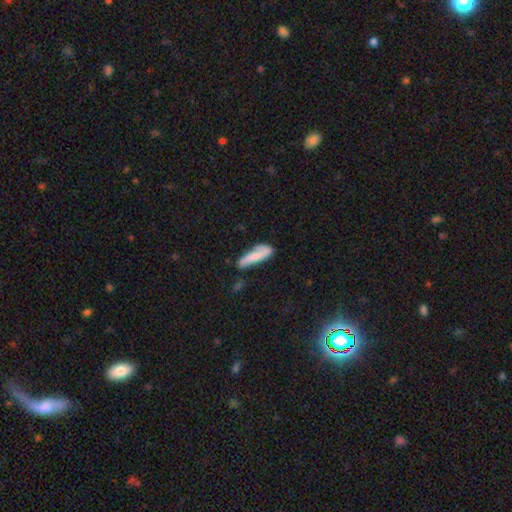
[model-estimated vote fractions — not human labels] smooth-or-featured: smooth: 61% | featured or disk: 32% | star or artifact: 7%
  how-rounded: cigar-shaped: 56% | in between: 42% | round: 2%
  merging: none: 51% | minor disturbance: 30% | major disturbance: 12% | merger: 7%